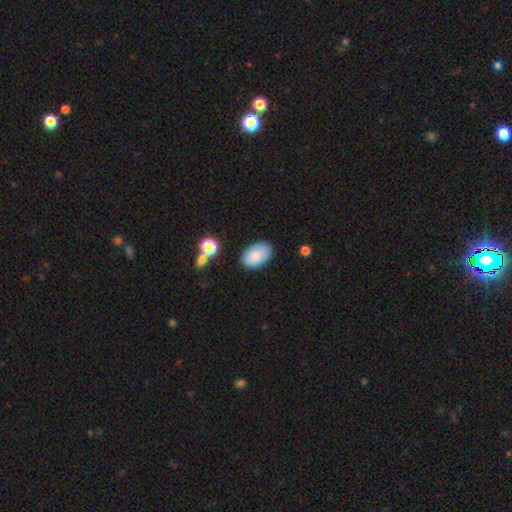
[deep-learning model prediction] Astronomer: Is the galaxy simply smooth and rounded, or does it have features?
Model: smooth — 84%.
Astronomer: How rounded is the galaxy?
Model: in between — 91%.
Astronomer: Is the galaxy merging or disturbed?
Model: none — 84%.